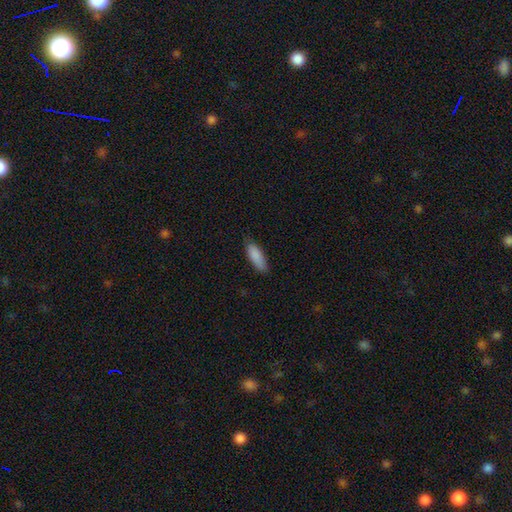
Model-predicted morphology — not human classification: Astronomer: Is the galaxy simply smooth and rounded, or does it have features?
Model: smooth — 88%.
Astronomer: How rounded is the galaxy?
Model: in between — 66%.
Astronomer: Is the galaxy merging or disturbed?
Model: none — 78%.